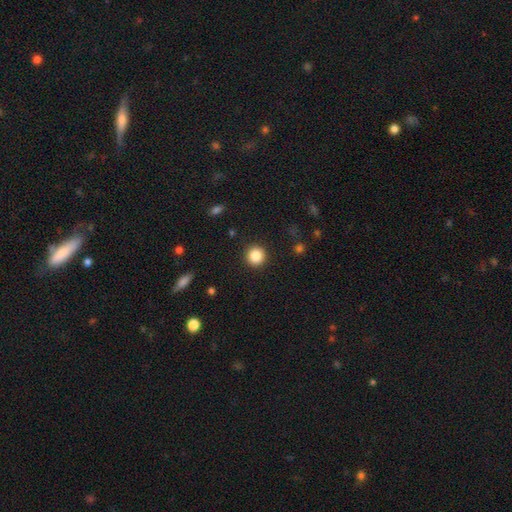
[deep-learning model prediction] Smooth or featured?
  - smooth: 86% *
  - star or artifact: 10%
  - featured or disk: 4%
How rounded?
  - round: 95% *
  - in between: 4%
  - cigar-shaped: 1%
Merging?
  - none: 91% *
  - minor disturbance: 5%
  - major disturbance: 2%
  - merger: 1%